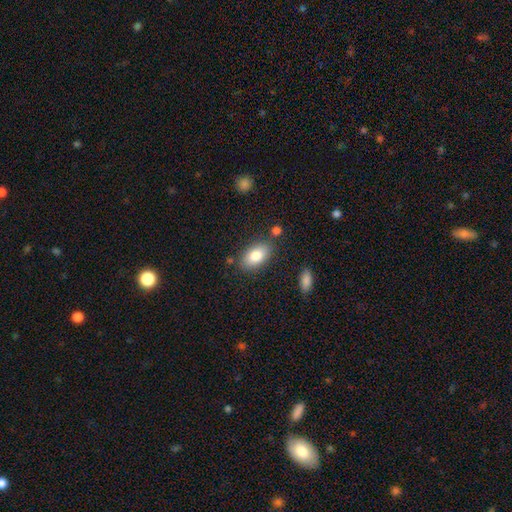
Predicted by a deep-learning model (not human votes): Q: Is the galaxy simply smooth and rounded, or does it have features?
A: smooth — 81%.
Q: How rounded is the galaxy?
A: in between — 92%.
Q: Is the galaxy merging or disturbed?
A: none — 80%.